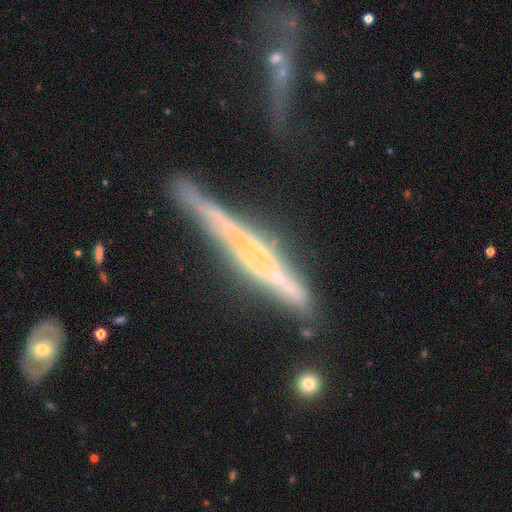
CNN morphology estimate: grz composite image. It shows a featured or disk galaxy (77%) viewed edge-on (94%) with no central bulge (57%). Merging: none (66%).